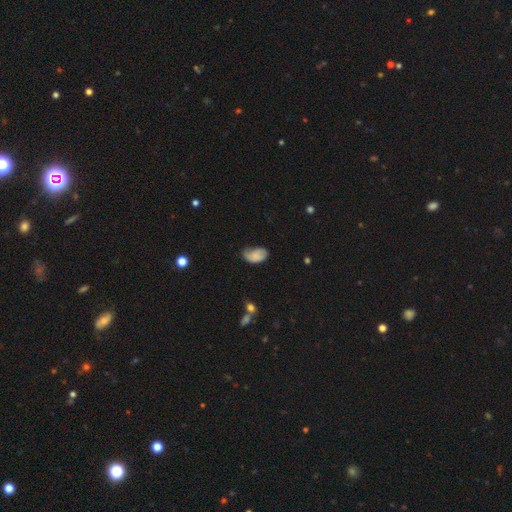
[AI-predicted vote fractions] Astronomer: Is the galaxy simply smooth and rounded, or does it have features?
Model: smooth — 75%.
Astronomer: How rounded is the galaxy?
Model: in between — 91%.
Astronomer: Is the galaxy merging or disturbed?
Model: none — 43% (runner-up: minor disturbance, 41%).